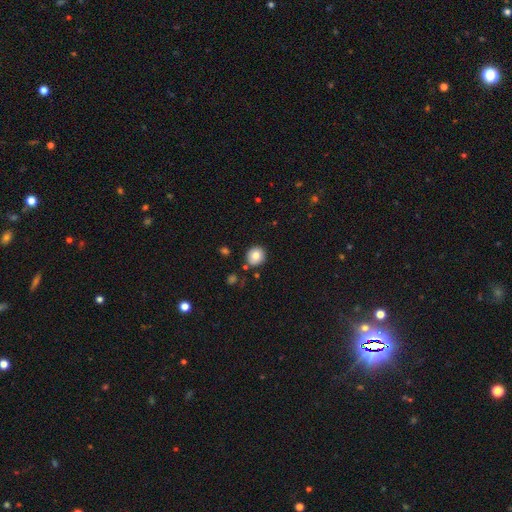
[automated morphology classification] smooth_or_featured: smooth (p=0.80) [alt: featured or disk p=0.11]
how_rounded: round (p=0.88) [alt: in between p=0.11]
merging: none (p=0.86) [alt: minor disturbance p=0.09]